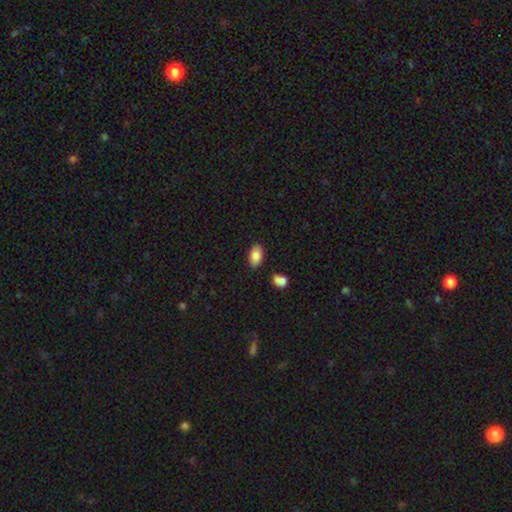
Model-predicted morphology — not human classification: Smooth or featured? Predicted: smooth (p=0.86). How rounded? Predicted: in between (p=0.93). Merging? Predicted: none (p=0.83).